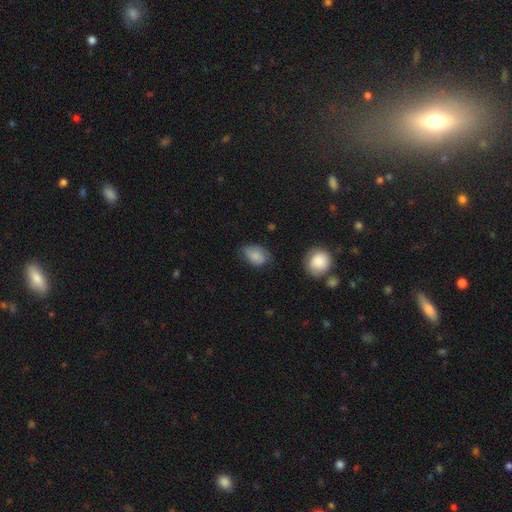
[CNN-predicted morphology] smooth_or_featured: smooth (p=0.75) [alt: featured or disk p=0.17]
how_rounded: in between (p=0.82) [alt: round p=0.16]
merging: none (p=0.59) [alt: minor disturbance p=0.32]